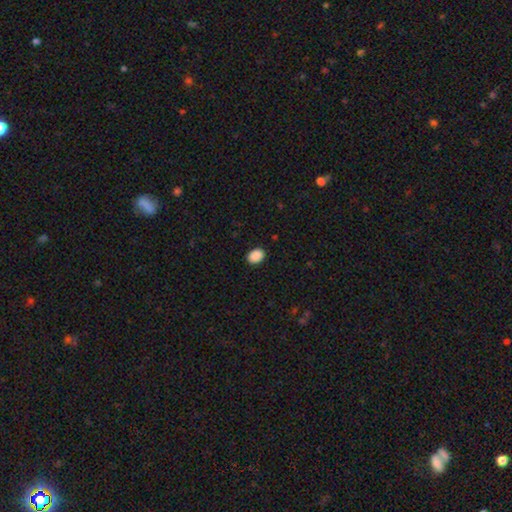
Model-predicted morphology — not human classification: type=smooth (90%); roundness=in between (75%); merging=none (89%).